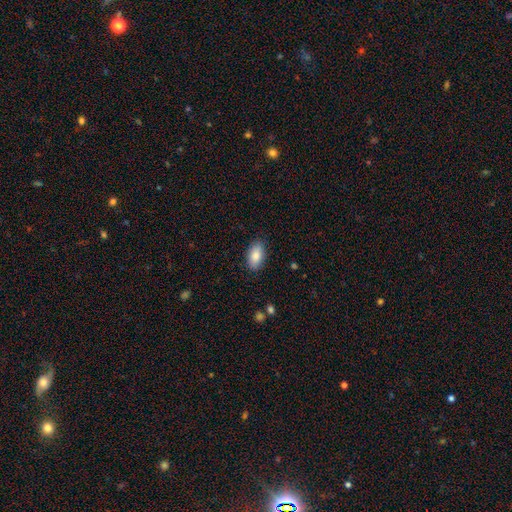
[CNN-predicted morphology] smooth-or-featured: smooth: 85% | featured or disk: 8% | star or artifact: 7%
  how-rounded: in between: 93% | round: 5% | cigar-shaped: 3%
  merging: none: 85% | minor disturbance: 11% | major disturbance: 2% | merger: 1%